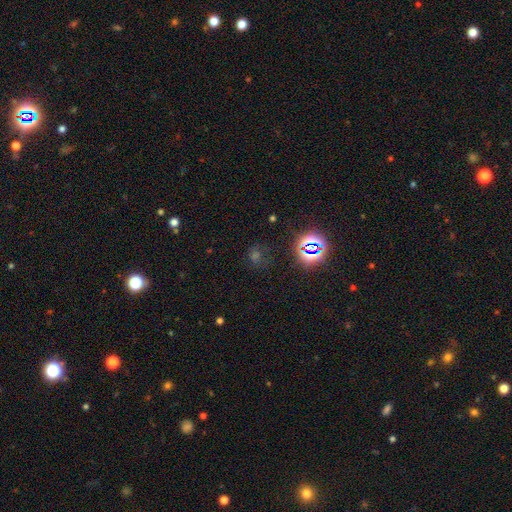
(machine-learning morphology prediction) The model was most divided on "smooth or featured": star or artifact: 58%, smooth: 33%, featured or disk: 9%.